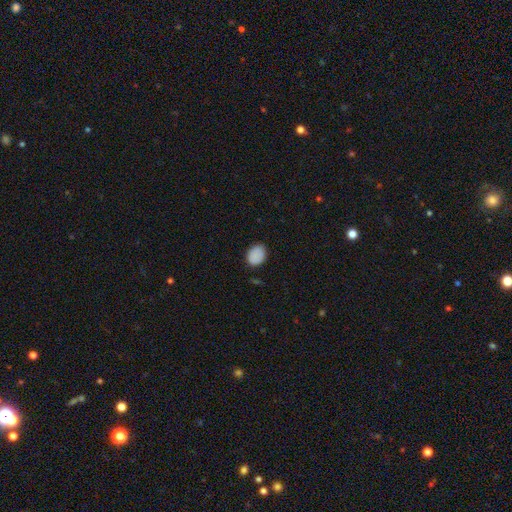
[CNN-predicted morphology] type=smooth (86%); roundness=in between (55%); merging=none (80%).